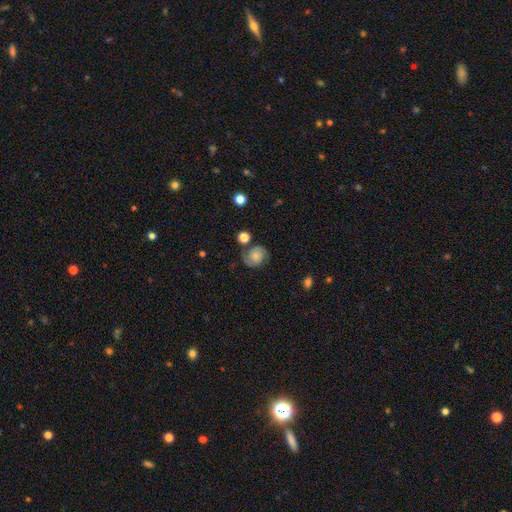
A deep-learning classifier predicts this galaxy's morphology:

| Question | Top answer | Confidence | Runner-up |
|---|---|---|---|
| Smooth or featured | featured or disk | 53% | smooth (37%) |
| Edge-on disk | no | 98% | yes (2%) |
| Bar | no | 73% | weak (23%) |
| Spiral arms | yes | 90% | no (10%) |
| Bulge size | small | 43% | moderate (25%) |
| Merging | none | 66% | minor disturbance (20%) |